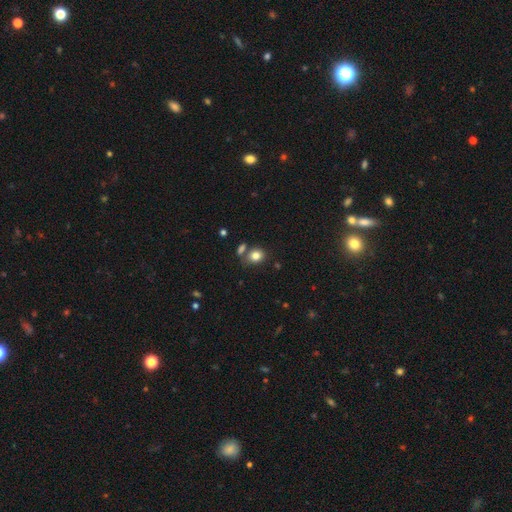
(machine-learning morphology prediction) A smooth galaxy with no disk features (81%) that is round (56%). Merging: none (65%).